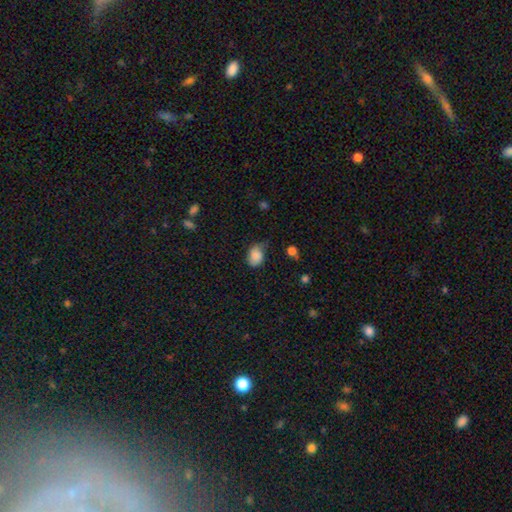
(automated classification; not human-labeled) smooth_or_featured: smooth (p=0.82) [alt: featured or disk p=0.10]
how_rounded: in between (p=0.70) [alt: round p=0.29]
merging: none (p=0.46) [alt: minor disturbance p=0.39]